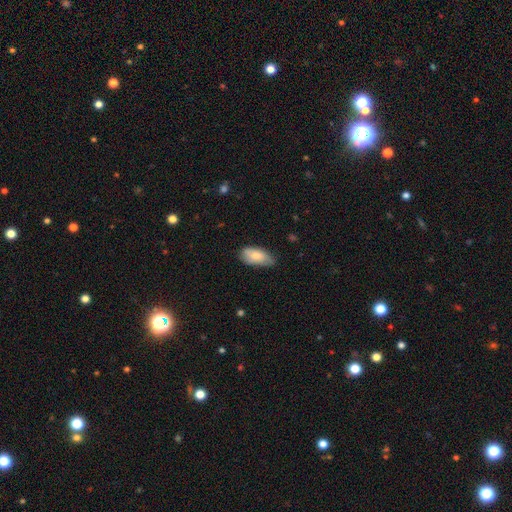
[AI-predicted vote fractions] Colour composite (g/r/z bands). It shows a smooth galaxy with no disk features (79%) that is in between round and cigar-shaped (91%). Merging: none (62%).